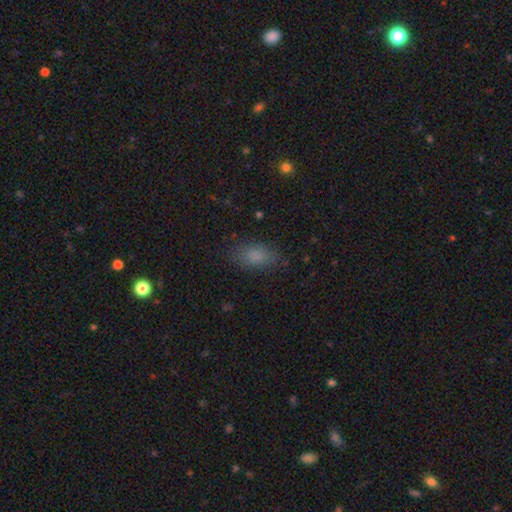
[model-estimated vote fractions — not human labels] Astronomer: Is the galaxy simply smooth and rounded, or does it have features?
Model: smooth — 83%.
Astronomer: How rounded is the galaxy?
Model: in between — 89%.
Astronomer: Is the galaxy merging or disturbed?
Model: none — 82%.